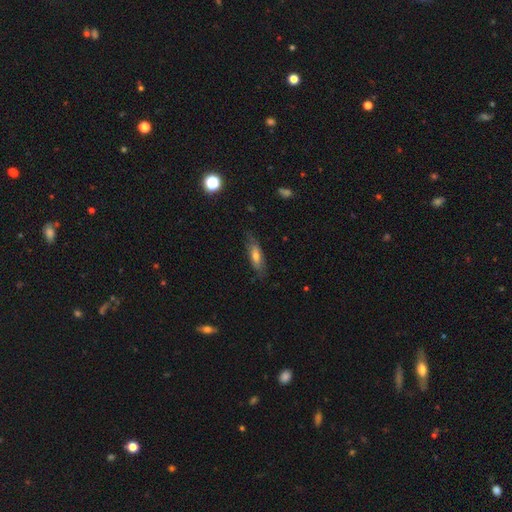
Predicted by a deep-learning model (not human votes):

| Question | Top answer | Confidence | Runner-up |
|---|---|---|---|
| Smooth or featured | smooth | 52% | featured or disk (41%) |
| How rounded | in between | 56% | cigar-shaped (42%) |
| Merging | none | 71% | minor disturbance (21%) |